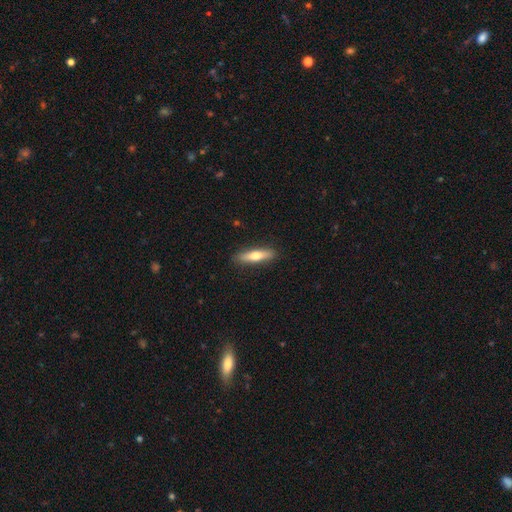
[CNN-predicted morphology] smooth-or-featured: smooth: 63% | featured or disk: 31% | star or artifact: 6%
  how-rounded: cigar-shaped: 77% | in between: 21% | round: 2%
  merging: none: 89% | minor disturbance: 8% | major disturbance: 2% | merger: 1%